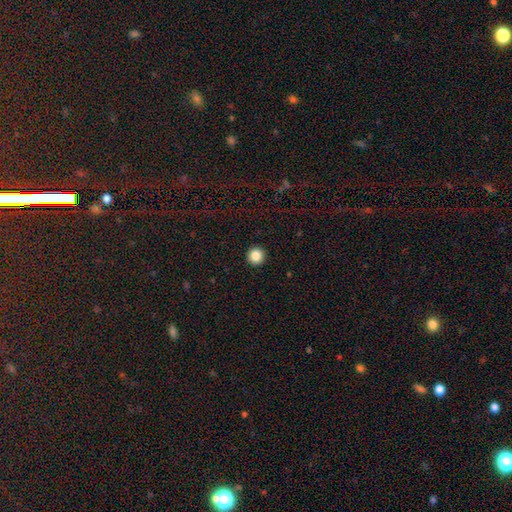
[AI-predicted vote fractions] This is clearly a smooth galaxy (86%). How rounded: clearly round (96%). Merging: clearly none (94%).